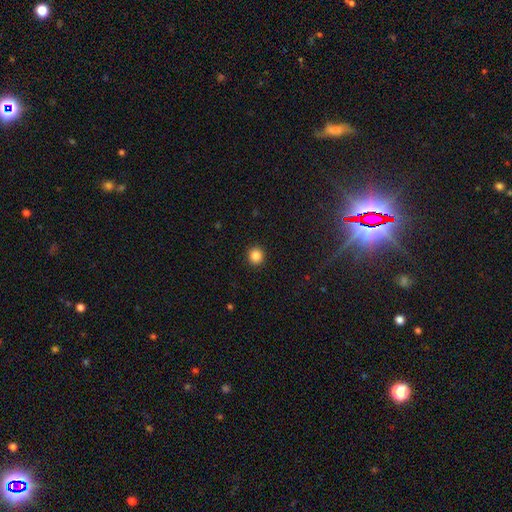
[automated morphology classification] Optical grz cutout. It shows a smooth galaxy with no disk features (86%) that is round (90%). Merging: none (93%).